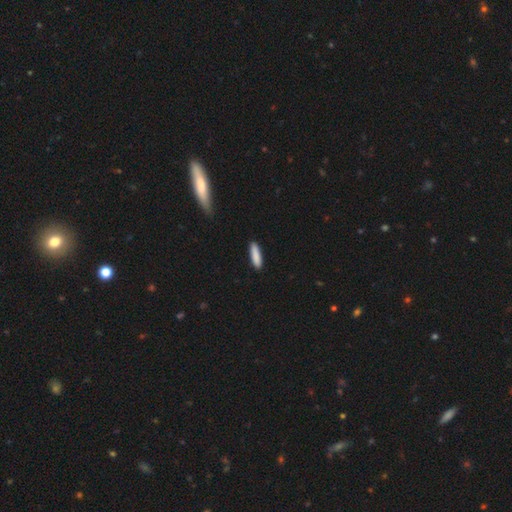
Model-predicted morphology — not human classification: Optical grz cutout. It shows a smooth galaxy with no disk features (88%) that is cigar-shaped (73%). Merging: none (89%).